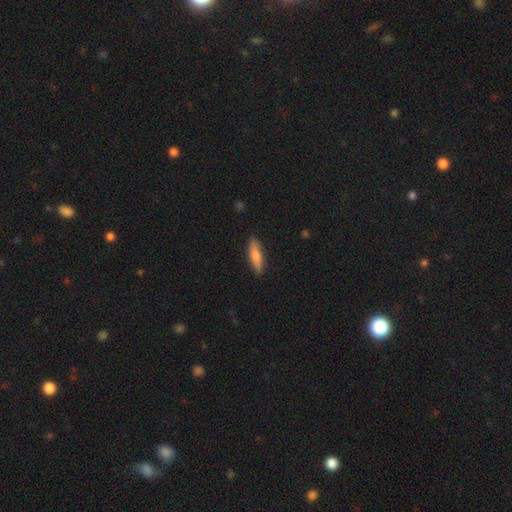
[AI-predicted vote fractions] Morphology: type=smooth (72%); roundness=cigar-shaped (71%); merging=none (89%).